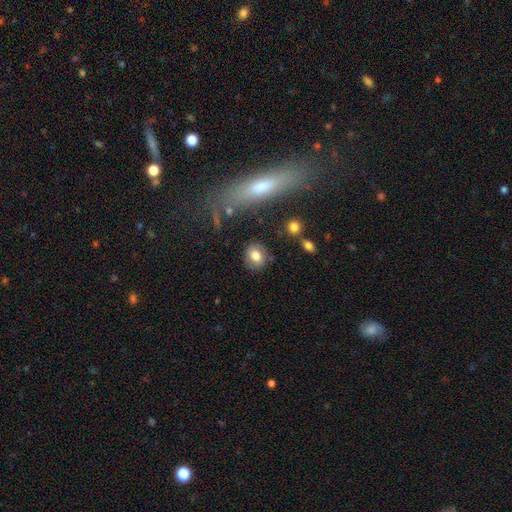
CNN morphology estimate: smooth_or_featured: smooth (p=0.78) [alt: featured or disk p=0.13]
how_rounded: round (p=0.58) [alt: in between p=0.40]
merging: none (p=0.82) [alt: minor disturbance p=0.11]